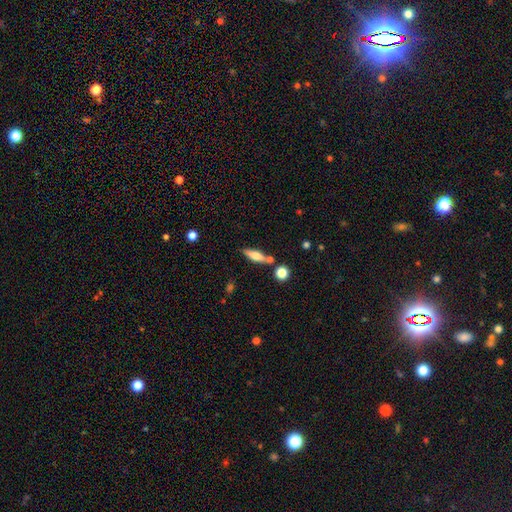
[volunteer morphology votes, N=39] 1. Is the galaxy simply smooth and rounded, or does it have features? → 49% smooth, 46% featured or disk, 5% star or artifact.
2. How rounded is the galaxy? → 58% cigar-shaped, 37% in between, 5% round.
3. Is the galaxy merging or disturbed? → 68% none, 14% minor disturbance, 14% merger, 5% major disturbance.